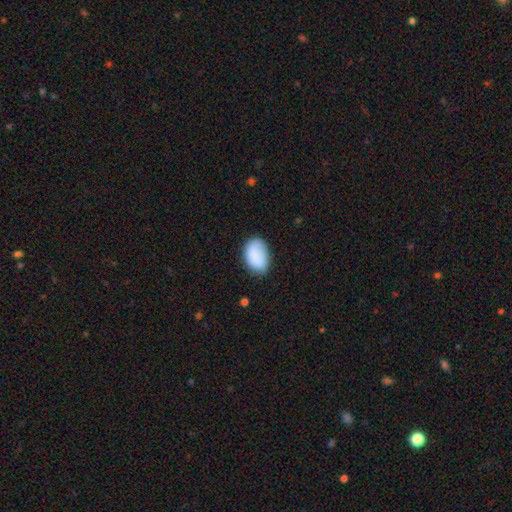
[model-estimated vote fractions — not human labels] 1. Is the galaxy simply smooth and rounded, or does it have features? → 87% smooth, 7% featured or disk, 7% star or artifact.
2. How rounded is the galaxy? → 88% in between, 11% round, 1% cigar-shaped.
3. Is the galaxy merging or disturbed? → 72% none, 22% minor disturbance, 5% major disturbance, 2% merger.